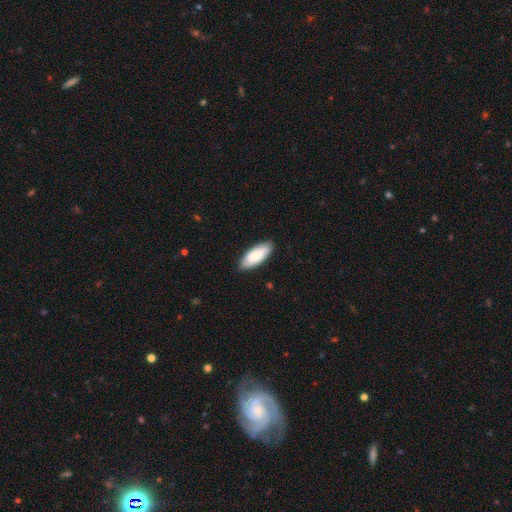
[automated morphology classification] Q: Smooth or featured?
A: smooth (83%); runner-up: featured or disk (12%)
Q: How rounded?
A: in between (79%); runner-up: cigar-shaped (19%)
Q: Merging?
A: none (85%); runner-up: minor disturbance (12%)